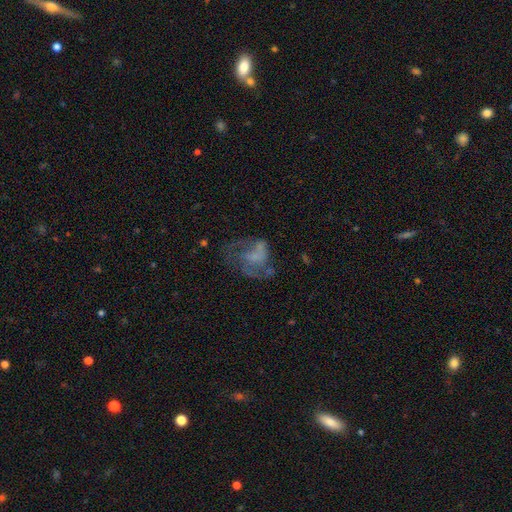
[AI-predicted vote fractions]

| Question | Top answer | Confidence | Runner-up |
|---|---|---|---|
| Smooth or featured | featured or disk | 57% | smooth (29%) |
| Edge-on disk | no | 98% | yes (2%) |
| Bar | no | 74% | weak (21%) |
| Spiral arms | yes | 53% | no (47%) |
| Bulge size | none | 62% | small (16%) |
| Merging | major disturbance | 40% | none (35%) |